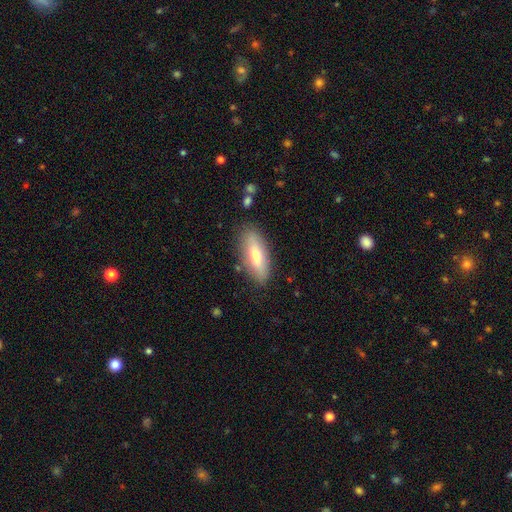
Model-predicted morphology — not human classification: Smooth or featured?
  - smooth: 67% *
  - featured or disk: 26%
  - star or artifact: 7%
How rounded?
  - in between: 65% *
  - cigar-shaped: 32%
  - round: 2%
Merging?
  - none: 82% *
  - minor disturbance: 13%
  - major disturbance: 3%
  - merger: 2%